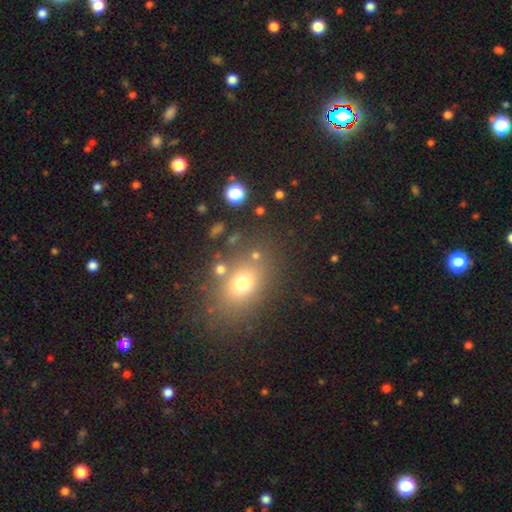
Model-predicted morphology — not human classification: The model was most divided on "how rounded": in between: 59%, round: 39%, cigar-shaped: 2%. More confident: merging — none (76%); smooth or featured — smooth (70%).